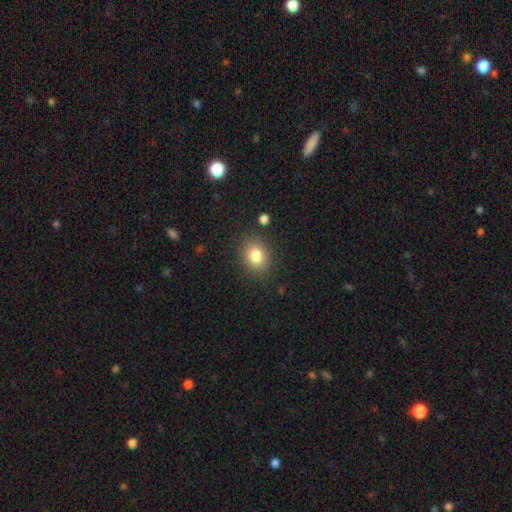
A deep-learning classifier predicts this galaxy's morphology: Smooth or featured? smooth (81%)
How rounded? round (58%)
Merging? none (85%)